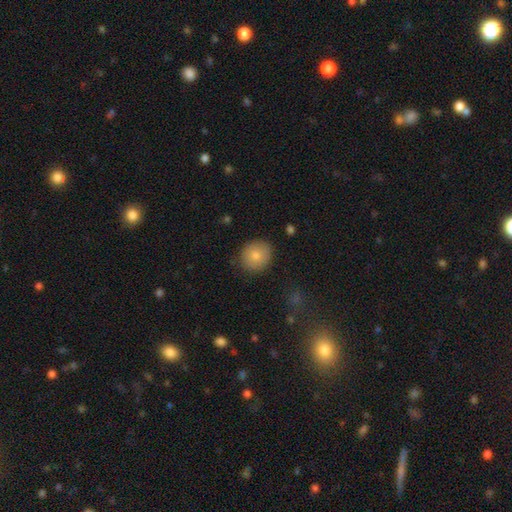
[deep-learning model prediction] Smooth or featured? smooth (80%)
How rounded? round (83%)
Merging? none (85%)